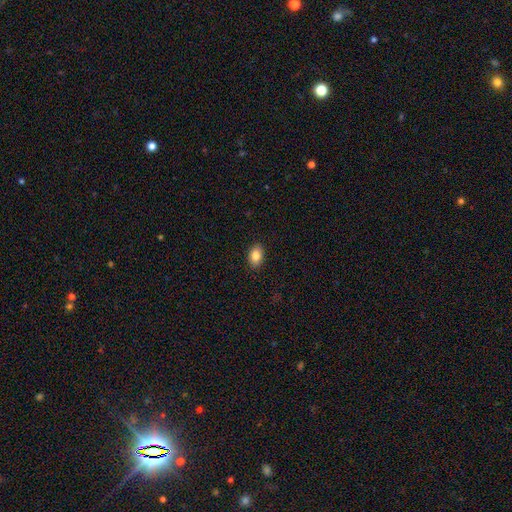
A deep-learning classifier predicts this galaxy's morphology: Overall: smooth (86%). How rounded: in between (87%). Merging: none (89%).